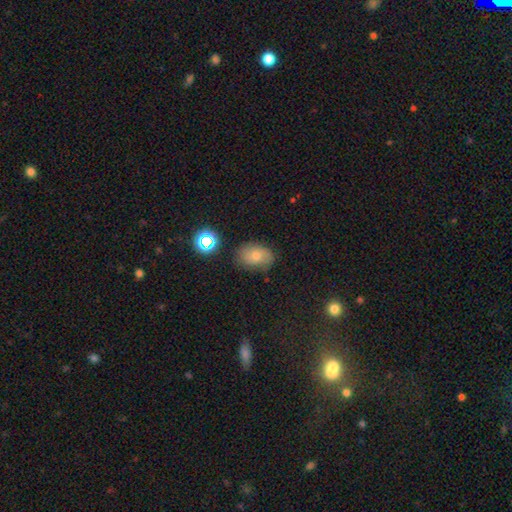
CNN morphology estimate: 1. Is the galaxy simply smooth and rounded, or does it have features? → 60% smooth, 25% featured or disk, 15% star or artifact.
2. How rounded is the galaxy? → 74% in between, 25% round, 1% cigar-shaped.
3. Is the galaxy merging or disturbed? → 72% none, 20% minor disturbance, 5% major disturbance, 3% merger.